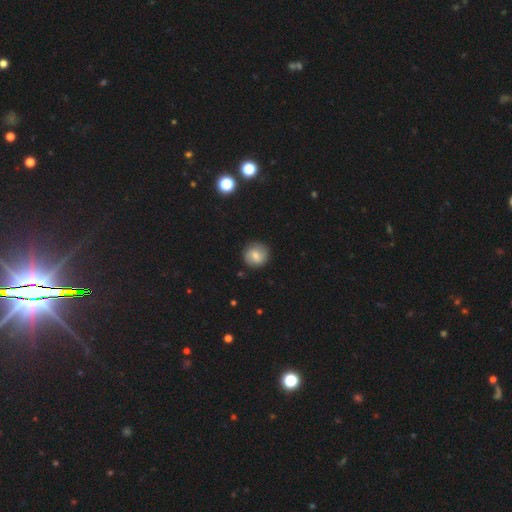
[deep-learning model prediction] A smooth galaxy with no disk features (65%) that is round (90%). Merging: none (86%).